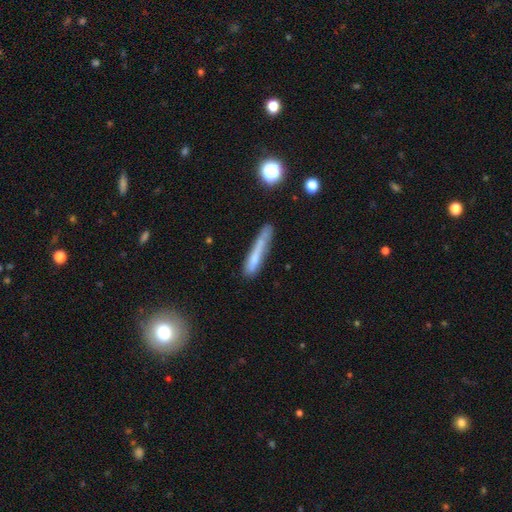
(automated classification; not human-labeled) The model was most divided on "smooth or featured": smooth: 60%, featured or disk: 31%, star or artifact: 9%. More confident: how rounded — cigar-shaped (92%); merging — none (56%).